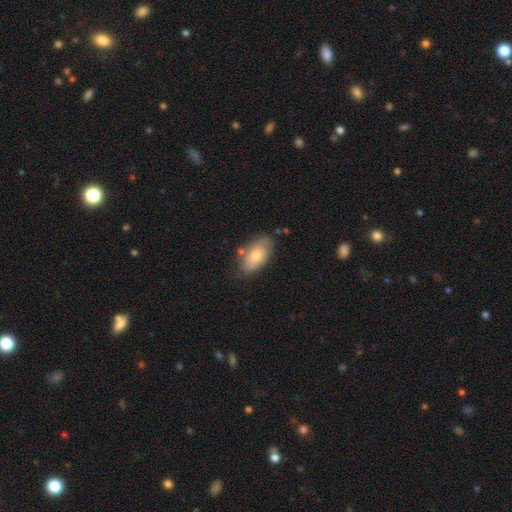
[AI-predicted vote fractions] Smooth or featured? Predicted: smooth (p=0.71). How rounded? Predicted: in between (p=0.93). Merging? Predicted: none (p=0.69).